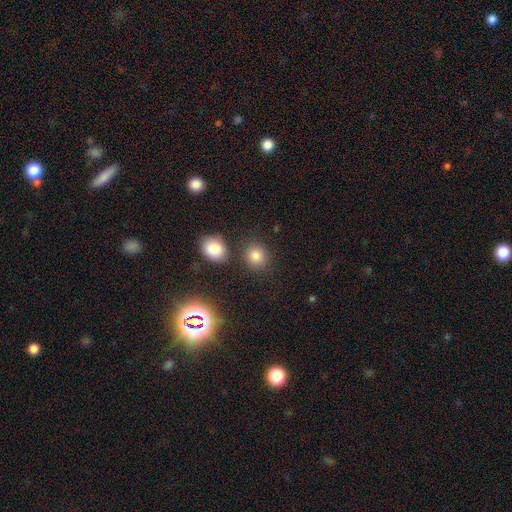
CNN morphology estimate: A smooth galaxy with no disk features (82%) that is round (78%).

Vote fractions:
- Smooth or featured? smooth: 82% / star or artifact: 13% / featured or disk: 6%
- How rounded? round: 78% / in between: 21% / cigar-shaped: 1%
- Merging? none: 79% / minor disturbance: 9% / merger: 9% / major disturbance: 4%